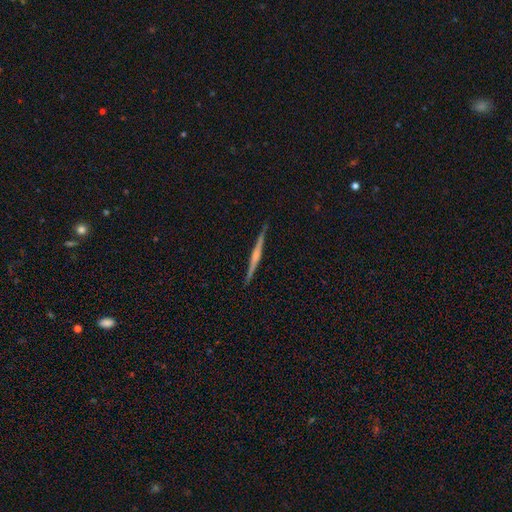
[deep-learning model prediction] featured or disk 72%, smooth 22%, star or artifact 5%. Down the decision tree: edge-on disk — yes (98%); edge-on bulge — rounded (47%); merging — none (91%).